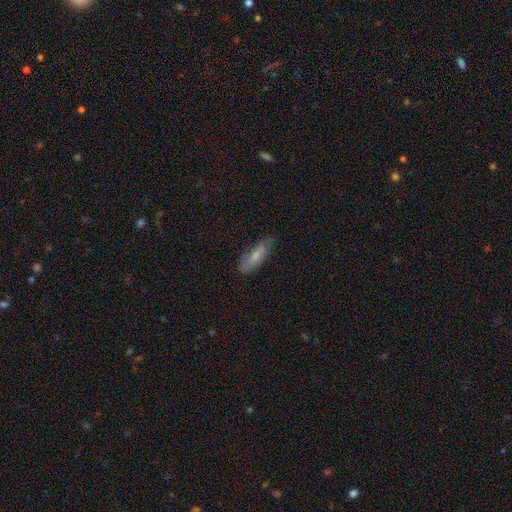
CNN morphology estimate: Smooth or featured? smooth (68%)
How rounded? in between (57%)
Merging? none (71%)